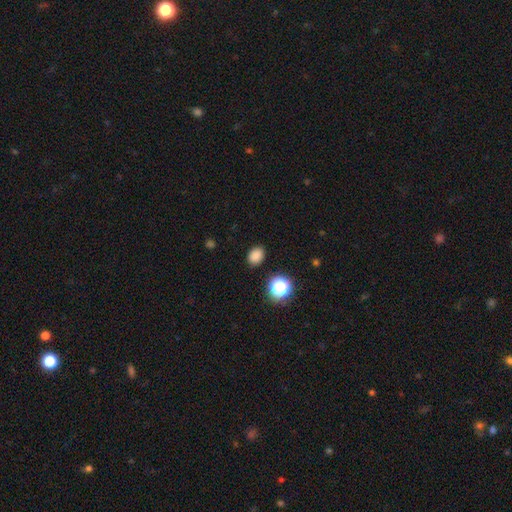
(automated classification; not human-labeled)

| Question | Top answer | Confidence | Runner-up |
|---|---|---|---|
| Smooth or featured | smooth | 82% | star or artifact (14%) |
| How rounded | in between | 59% | round (40%) |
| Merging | none | 88% | minor disturbance (8%) |